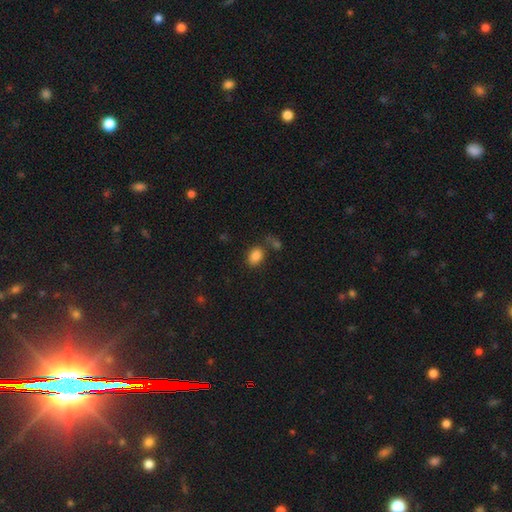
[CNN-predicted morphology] Overall: smooth (85%). How rounded: in between (77%). Merging: none (67%).